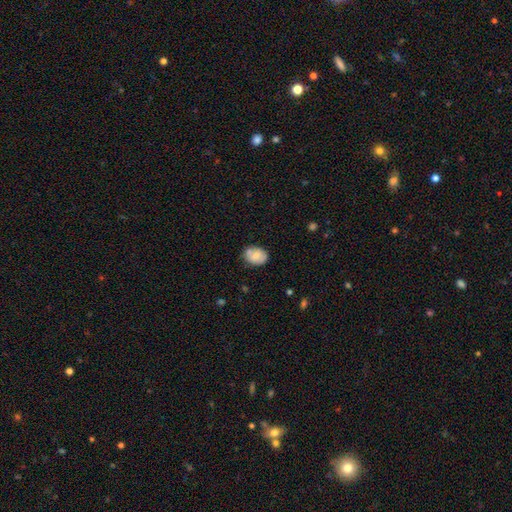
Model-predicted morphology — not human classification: Smooth or featured? smooth (77%)
How rounded? in between (70%)
Merging? none (70%)